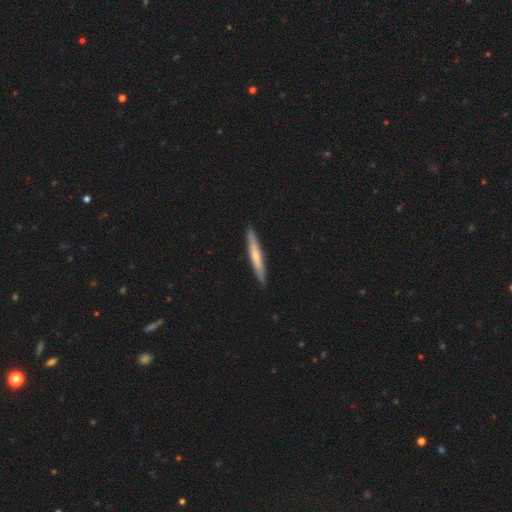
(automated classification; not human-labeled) A smooth galaxy with no disk features (57%) that is cigar-shaped (95%). Merging: none (91%).